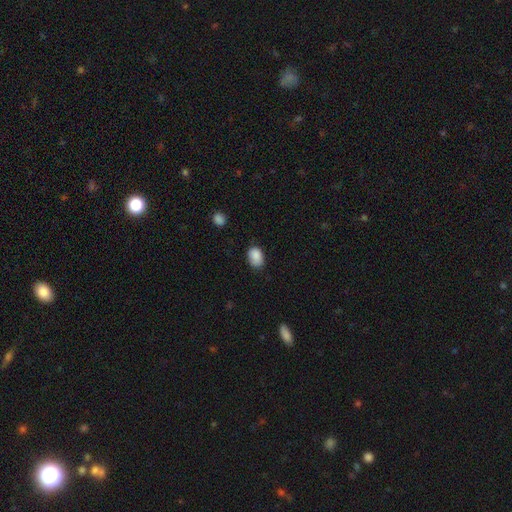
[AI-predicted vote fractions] Smooth or featured? smooth (88%)
How rounded? in between (77%)
Merging? none (69%)